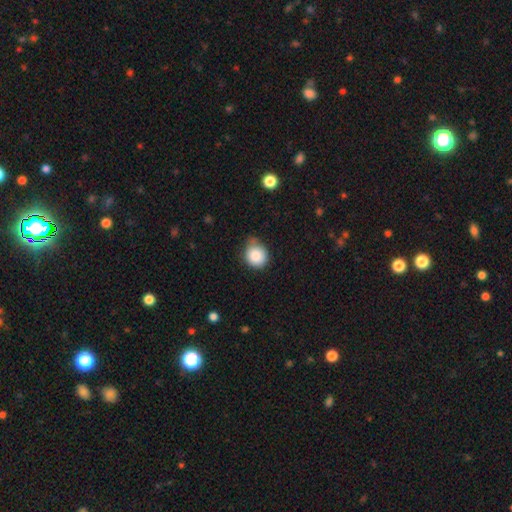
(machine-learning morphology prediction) Smooth or featured?
  - smooth: 85% *
  - star or artifact: 9%
  - featured or disk: 6%
How rounded?
  - round: 81% *
  - in between: 19%
  - cigar-shaped: 1%
Merging?
  - none: 55% *
  - minor disturbance: 35%
  - major disturbance: 7%
  - merger: 4%